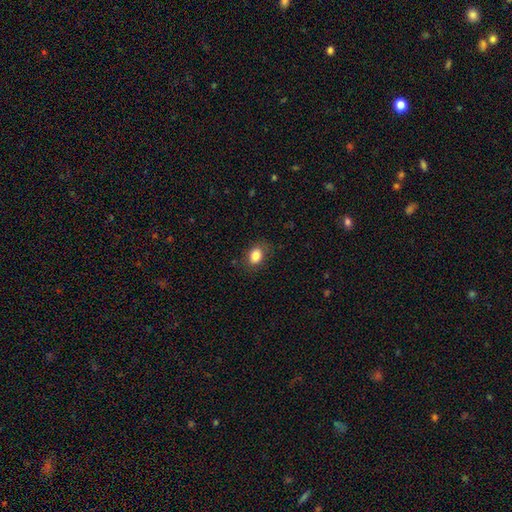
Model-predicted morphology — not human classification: Q: Smooth or featured?
A: smooth (84%); runner-up: star or artifact (9%)
Q: How rounded?
A: in between (69%); runner-up: round (30%)
Q: Merging?
A: none (79%); runner-up: minor disturbance (16%)